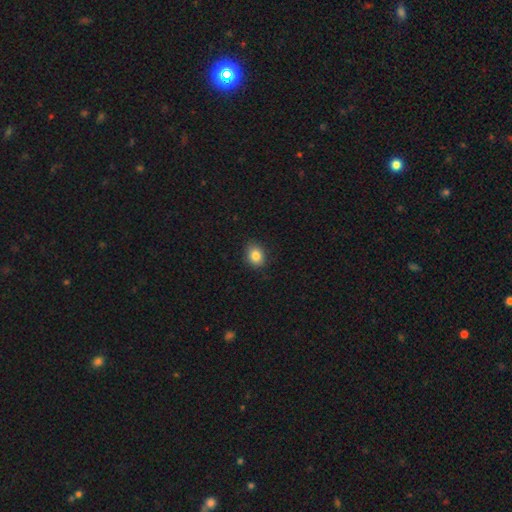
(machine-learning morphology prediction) Smooth or featured: smooth — 84% (star or artifact — 10%)
How rounded: in between — 53% (round — 46%)
Merging: none — 86% (minor disturbance — 11%)